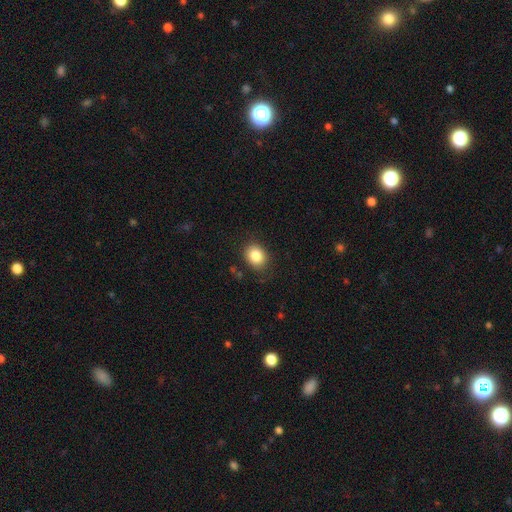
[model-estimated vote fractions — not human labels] smooth_or_featured: smooth (p=0.84) [alt: star or artifact p=0.09]
how_rounded: in between (p=0.52) [alt: round p=0.48]
merging: none (p=0.83) [alt: minor disturbance p=0.12]